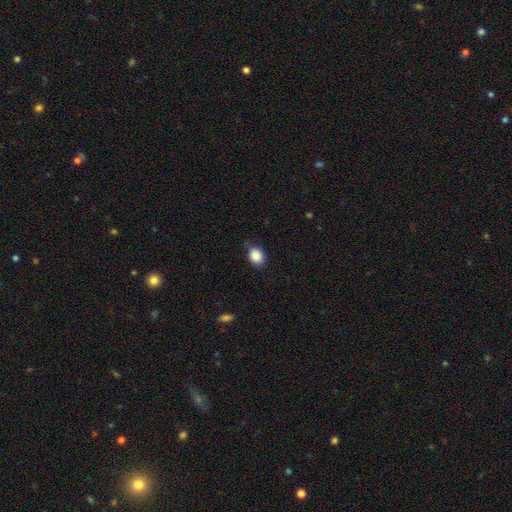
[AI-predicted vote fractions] A smooth galaxy with no disk features (87%) that is in between round and cigar-shaped (59%). Merging: none (75%).